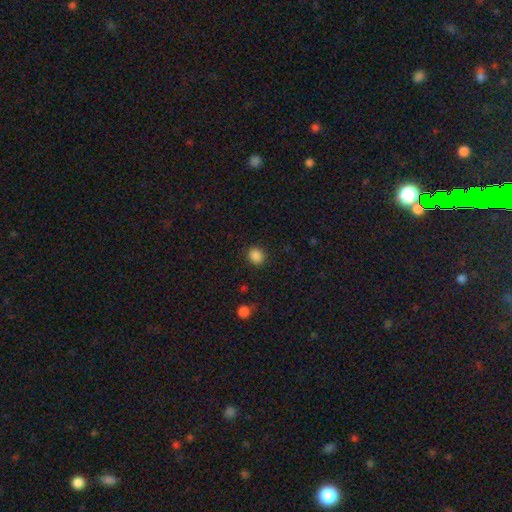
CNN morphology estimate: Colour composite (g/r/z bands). It shows a smooth galaxy with no disk features (87%) that is round (77%). Merging: none (89%).